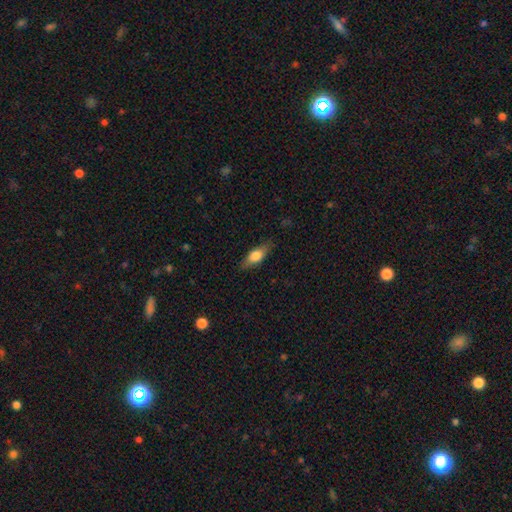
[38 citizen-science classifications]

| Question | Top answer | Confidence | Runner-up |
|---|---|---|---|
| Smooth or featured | smooth | 66% | featured or disk (26%) |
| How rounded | in between | 68% | cigar-shaped (24%) |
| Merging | none | 66% | minor disturbance (23%) |